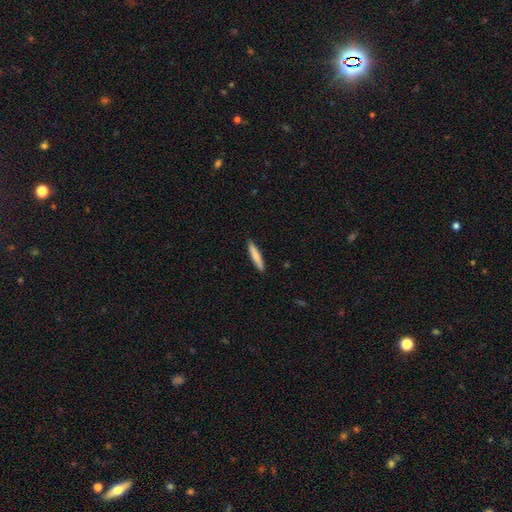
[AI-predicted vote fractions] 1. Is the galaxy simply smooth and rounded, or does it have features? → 78% smooth, 17% featured or disk, 5% star or artifact.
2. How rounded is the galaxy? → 91% cigar-shaped, 8% in between, 1% round.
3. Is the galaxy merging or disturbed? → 90% none, 7% minor disturbance, 1% major disturbance, 1% merger.